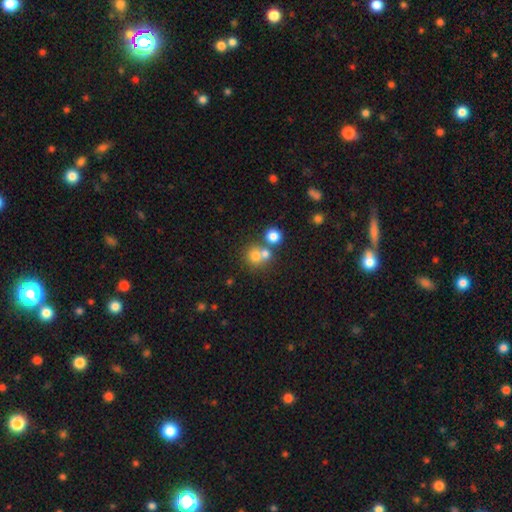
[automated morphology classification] Smooth or featured? smooth (72%)
How rounded? round (85%)
Merging? none (47%)